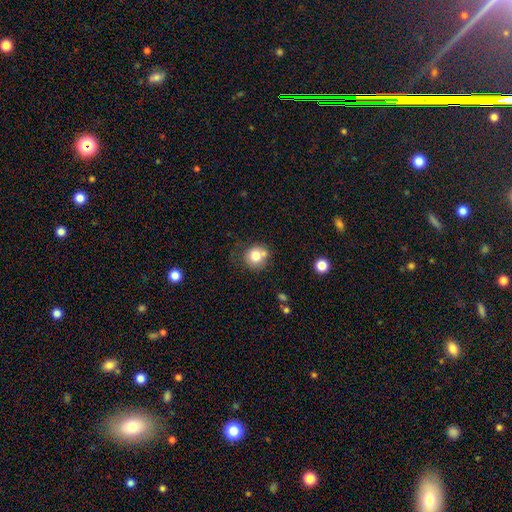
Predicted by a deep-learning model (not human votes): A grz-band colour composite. It shows a smooth galaxy with no disk features (77%) that is round (86%). Merging: none (58%).